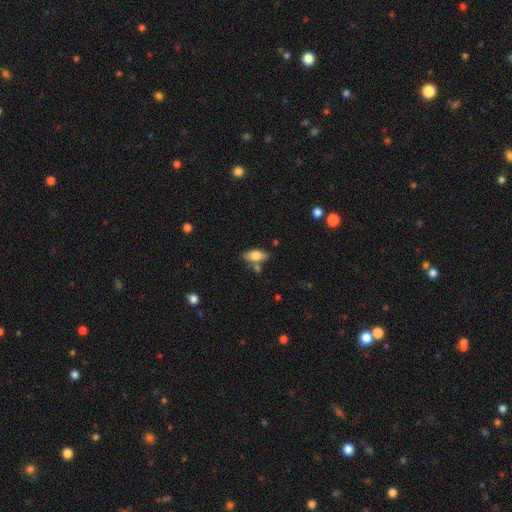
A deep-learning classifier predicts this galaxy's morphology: smooth 76%, featured or disk 17%, star or artifact 7%. Down the decision tree: how rounded — in between (86%); merging — none (69%).